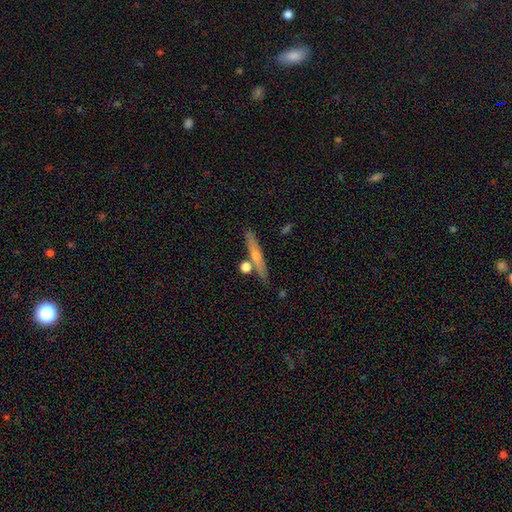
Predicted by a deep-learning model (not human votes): Smooth or featured? Predicted: smooth (p=0.50). How rounded? Predicted: cigar-shaped (p=0.89). Merging? Predicted: none (p=0.77).